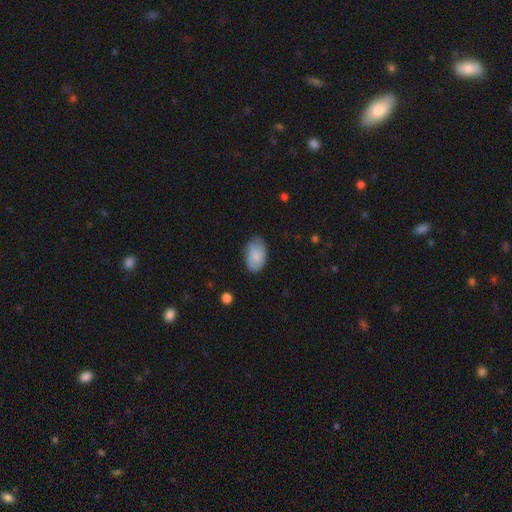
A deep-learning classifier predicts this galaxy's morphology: smooth-or-featured: smooth: 78% | featured or disk: 15% | star or artifact: 7%
  how-rounded: in between: 92% | round: 7% | cigar-shaped: 1%
  merging: none: 70% | minor disturbance: 23% | major disturbance: 5% | merger: 1%